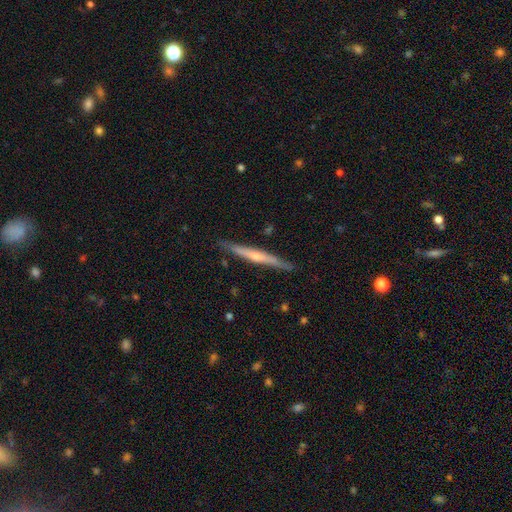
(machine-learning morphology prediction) A featured or disk galaxy (62%) viewed edge-on (97%) with a rounded central bulge (54%).

Vote fractions:
- Smooth or featured? featured or disk: 62% / smooth: 32% / star or artifact: 6%
- Edge-on disk? yes: 97% / no: 3%
- Edge-on bulge? rounded: 54% / none: 38% / boxy: 9%
- Merging? none: 88% / minor disturbance: 9% / major disturbance: 2% / merger: 1%